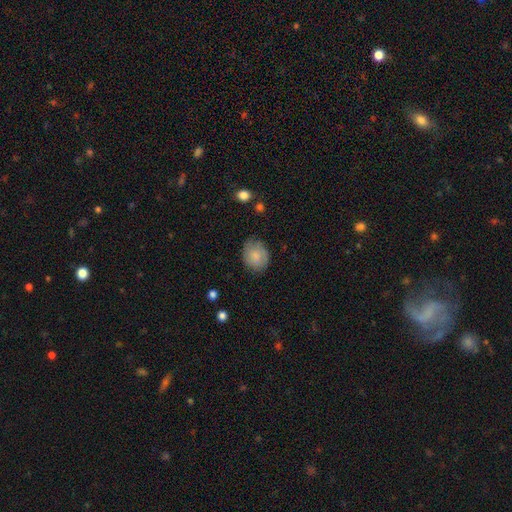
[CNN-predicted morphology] Smooth or featured? smooth (77%)
How rounded? round (58%)
Merging? none (71%)